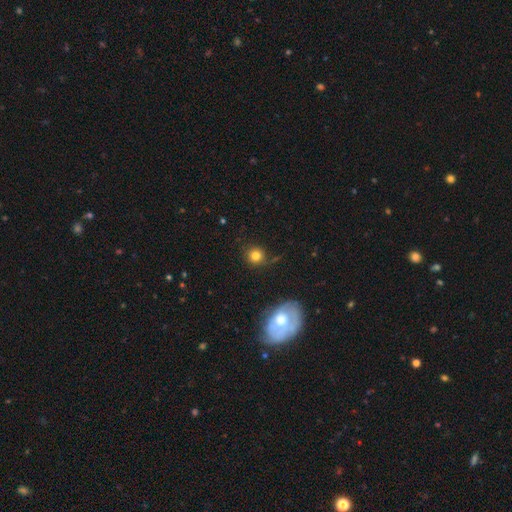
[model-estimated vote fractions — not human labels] This is likely a smooth galaxy (79%). How rounded: clearly round (91%). Merging: clearly none (82%).